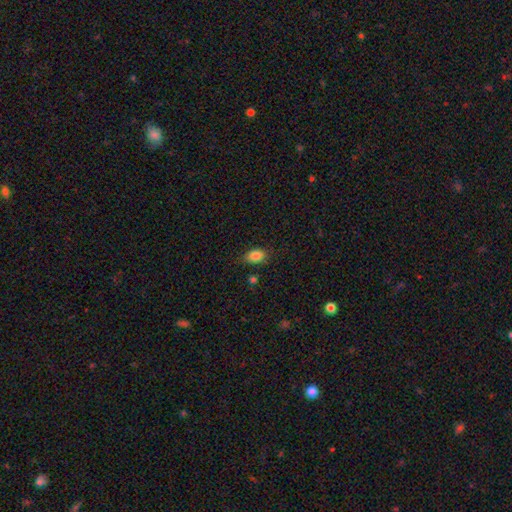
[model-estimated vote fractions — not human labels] A smooth galaxy with no disk features (85%) that is in between round and cigar-shaped (82%). Merging: none (76%).